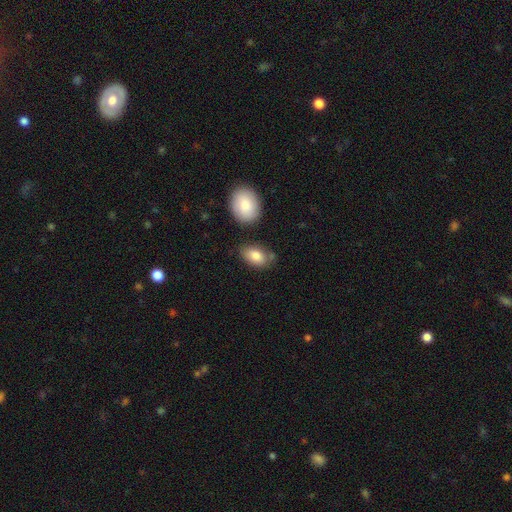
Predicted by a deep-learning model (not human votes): smooth_or_featured: smooth (p=0.83) [alt: featured or disk p=0.10]
how_rounded: in between (p=0.90) [alt: round p=0.08]
merging: none (p=0.69) [alt: minor disturbance p=0.17]